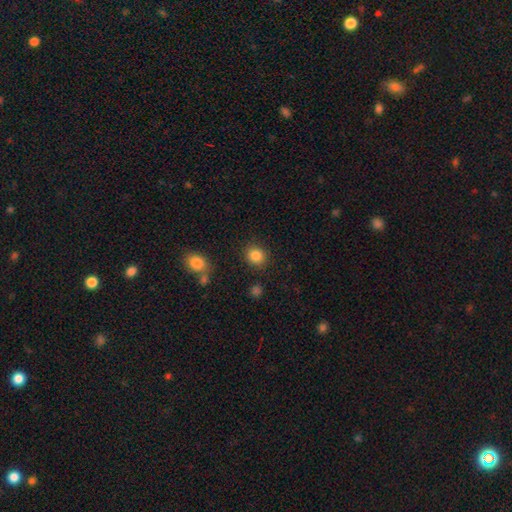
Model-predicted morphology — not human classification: This appears to be a smooth galaxy with no disk features (86%) that is round (78%). Merging: none (87%).